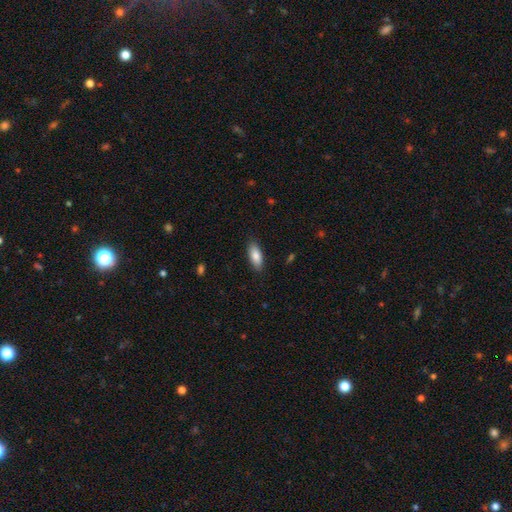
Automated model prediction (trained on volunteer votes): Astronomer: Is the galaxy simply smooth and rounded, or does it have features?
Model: smooth — 85%.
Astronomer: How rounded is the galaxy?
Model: in between — 80%.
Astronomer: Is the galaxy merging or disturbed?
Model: none — 87%.